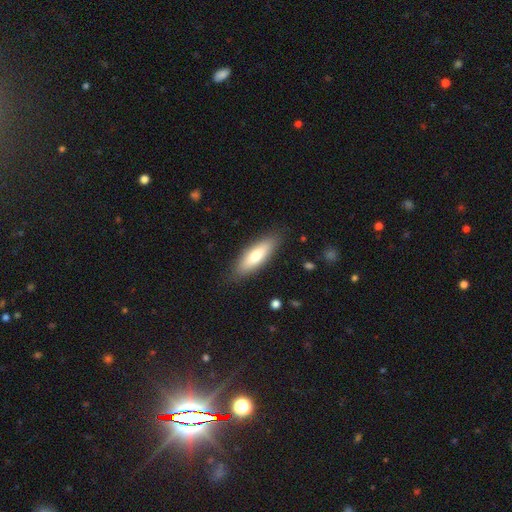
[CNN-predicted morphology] This is likely a smooth galaxy (72%). How rounded: possibly in between (53%). Merging: clearly none (85%).